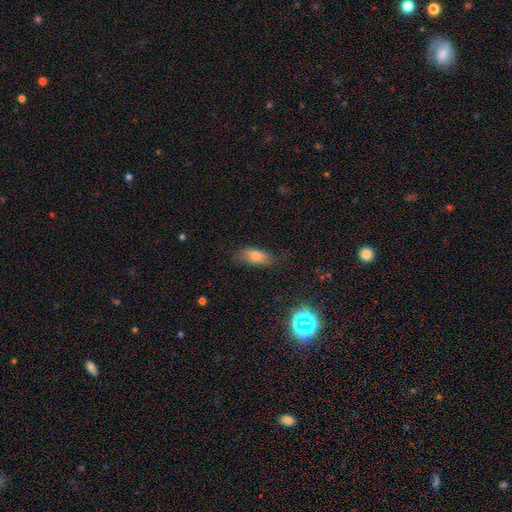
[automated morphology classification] smooth 71%, featured or disk 15%, star or artifact 14%. Down the decision tree: how rounded — in between (76%); merging — none (74%).